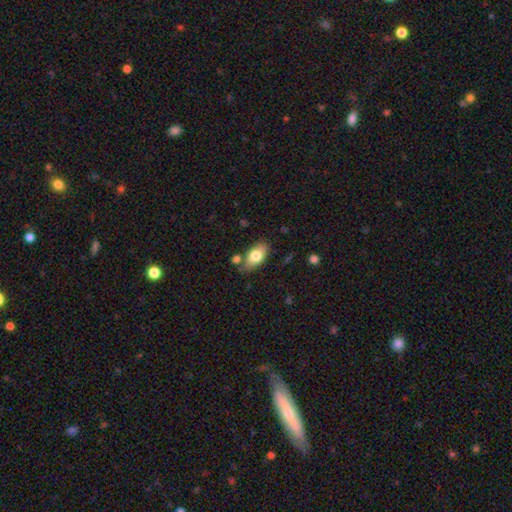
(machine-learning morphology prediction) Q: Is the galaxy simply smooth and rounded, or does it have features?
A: smooth — 75%.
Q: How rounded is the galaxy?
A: in between — 91%.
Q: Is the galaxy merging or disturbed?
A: none — 74%.